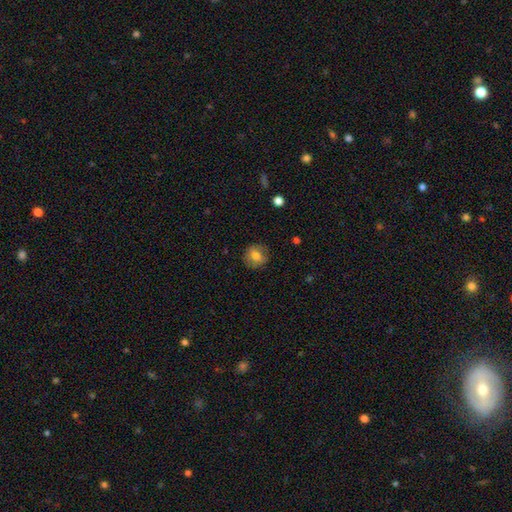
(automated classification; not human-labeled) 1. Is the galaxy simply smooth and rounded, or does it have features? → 74% smooth, 16% featured or disk, 9% star or artifact.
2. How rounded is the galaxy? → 85% round, 14% in between, 1% cigar-shaped.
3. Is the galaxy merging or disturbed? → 84% none, 11% minor disturbance, 3% major disturbance, 1% merger.